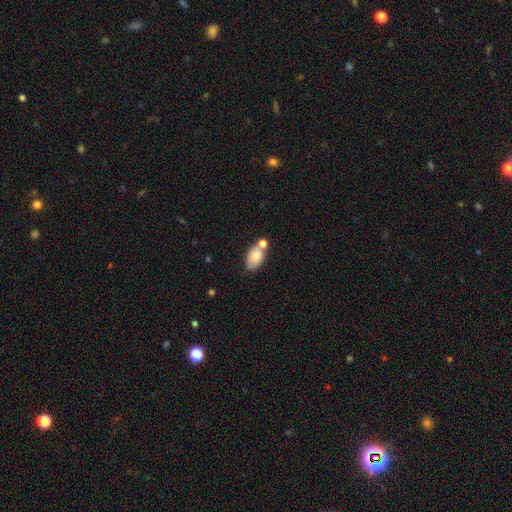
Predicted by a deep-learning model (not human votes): smooth_or_featured: smooth (p=0.79) [alt: featured or disk p=0.14]
how_rounded: in between (p=0.90) [alt: round p=0.07]
merging: none (p=0.49) [alt: merger p=0.29]